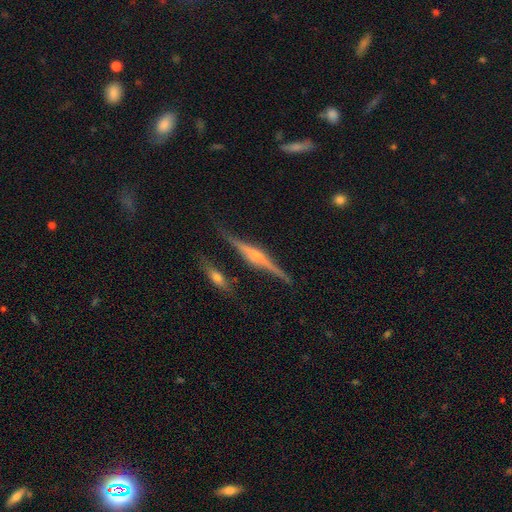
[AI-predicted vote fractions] Smooth or featured: featured or disk — 84% (smooth — 10%)
Edge-on disk: yes — 97% (no — 3%)
Edge-on bulge: rounded — 82% (boxy — 11%)
Merging: none — 83% (minor disturbance — 11%)